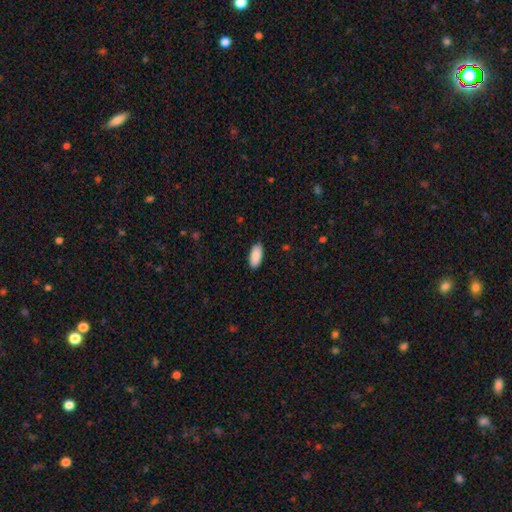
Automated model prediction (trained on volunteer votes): The model was most divided on "merging": none: 88%, minor disturbance: 9%, major disturbance: 2%, merger: 1%. More confident: how rounded — in between (91%); smooth or featured — smooth (90%).